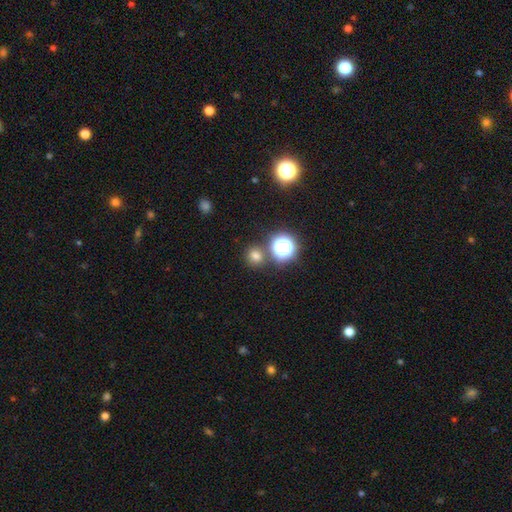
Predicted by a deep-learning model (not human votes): A smooth galaxy with no disk features (71%) that is round (83%).

Vote fractions:
- Smooth or featured? smooth: 71% / star or artifact: 23% / featured or disk: 6%
- How rounded? round: 83% / in between: 16% / cigar-shaped: 1%
- Merging? none: 78% / merger: 11% / minor disturbance: 8% / major disturbance: 3%